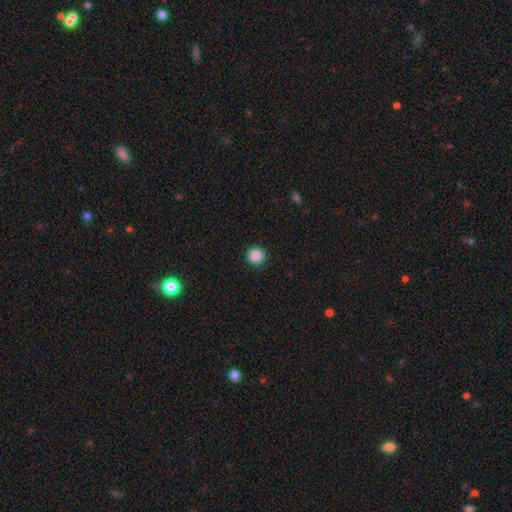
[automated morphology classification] This appears to be a smooth galaxy with no disk features (87%) that is round (94%). Merging: none (92%).